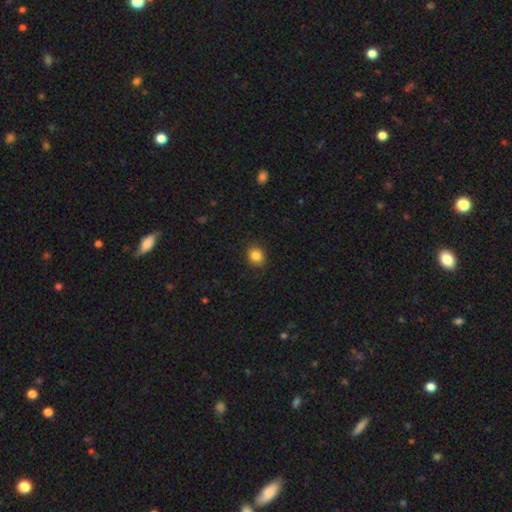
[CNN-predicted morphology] smooth-or-featured: smooth: 85% | star or artifact: 11% | featured or disk: 5%
  how-rounded: round: 75% | in between: 25% | cigar-shaped: 1%
  merging: none: 90% | minor disturbance: 7% | major disturbance: 2% | merger: 1%